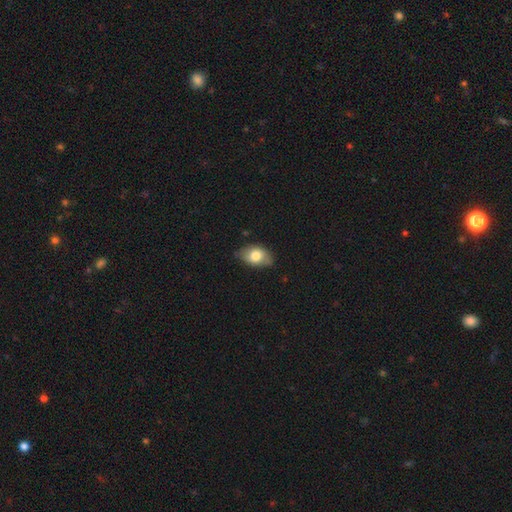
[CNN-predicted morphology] This is likely a smooth galaxy (75%). How rounded: clearly in between (87%). Merging: likely none (71%).